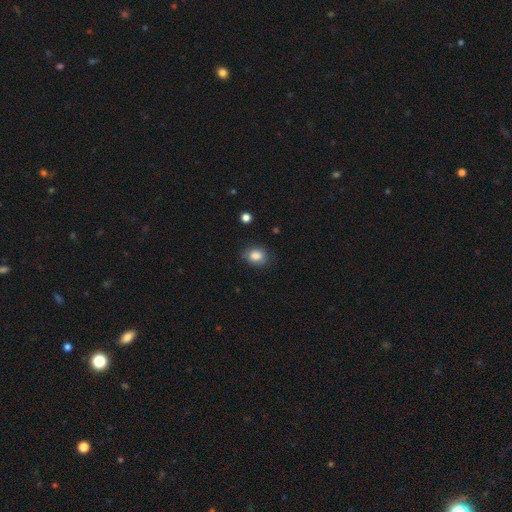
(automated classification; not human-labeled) smooth_or_featured: smooth (p=0.85) [alt: star or artifact p=0.09]
how_rounded: in between (p=0.58) [alt: round p=0.41]
merging: none (p=0.78) [alt: minor disturbance p=0.17]